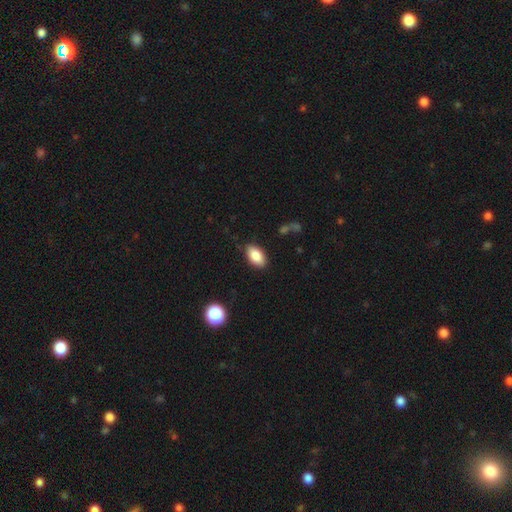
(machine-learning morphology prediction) smooth-or-featured: smooth: 86% | star or artifact: 7% | featured or disk: 7%
  how-rounded: in between: 93% | round: 4% | cigar-shaped: 3%
  merging: none: 85% | minor disturbance: 11% | major disturbance: 2% | merger: 1%